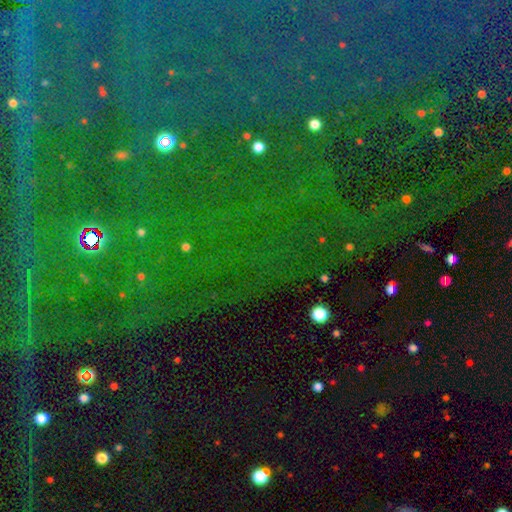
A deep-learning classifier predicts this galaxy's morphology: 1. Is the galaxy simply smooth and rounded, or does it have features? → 85% star or artifact, 8% smooth, 7% featured or disk.